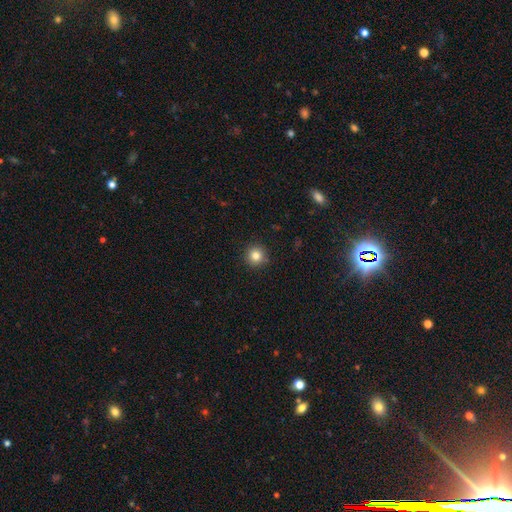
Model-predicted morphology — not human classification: Q: Smooth or featured?
A: smooth (83%); runner-up: star or artifact (11%)
Q: How rounded?
A: round (95%); runner-up: in between (4%)
Q: Merging?
A: none (91%); runner-up: minor disturbance (6%)